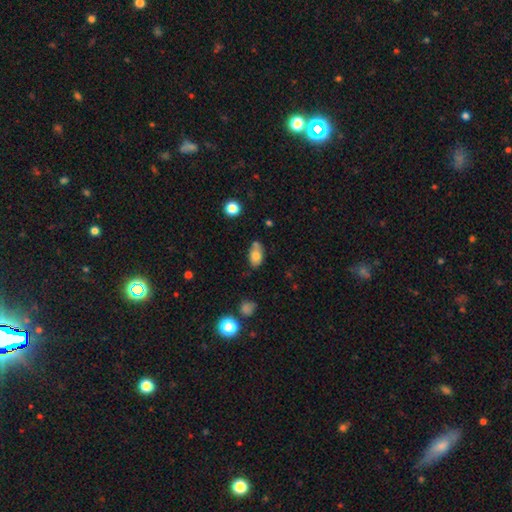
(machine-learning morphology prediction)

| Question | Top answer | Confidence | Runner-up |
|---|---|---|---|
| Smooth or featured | smooth | 78% | featured or disk (13%) |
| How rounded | in between | 89% | round (9%) |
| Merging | none | 60% | minor disturbance (24%) |